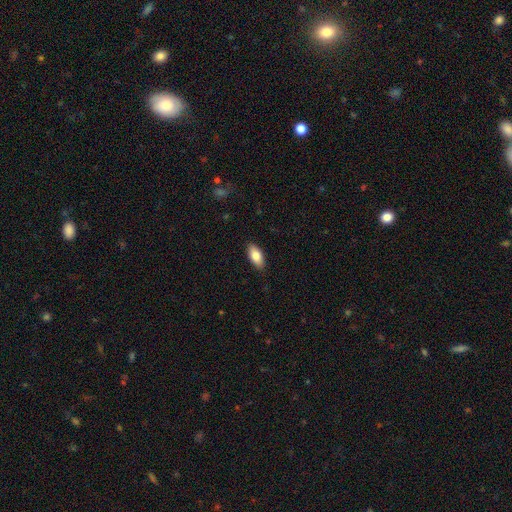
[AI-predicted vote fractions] A smooth galaxy with no disk features (82%) that is in between round and cigar-shaped (89%). Merging: none (88%).